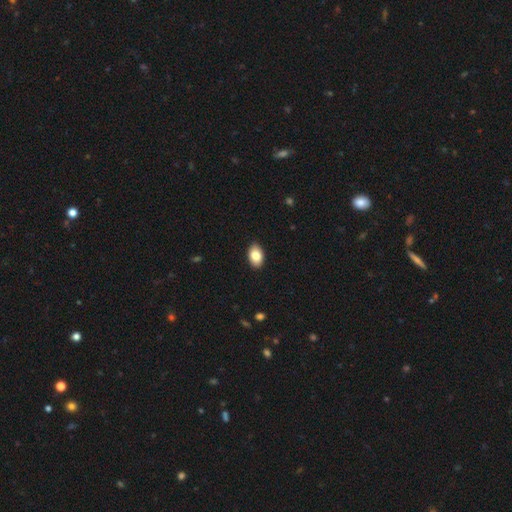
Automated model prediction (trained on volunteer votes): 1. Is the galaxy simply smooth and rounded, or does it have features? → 83% smooth, 9% featured or disk, 7% star or artifact.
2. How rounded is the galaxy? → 91% in between, 8% round, 1% cigar-shaped.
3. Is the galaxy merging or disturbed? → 90% none, 8% minor disturbance, 2% major disturbance, 1% merger.